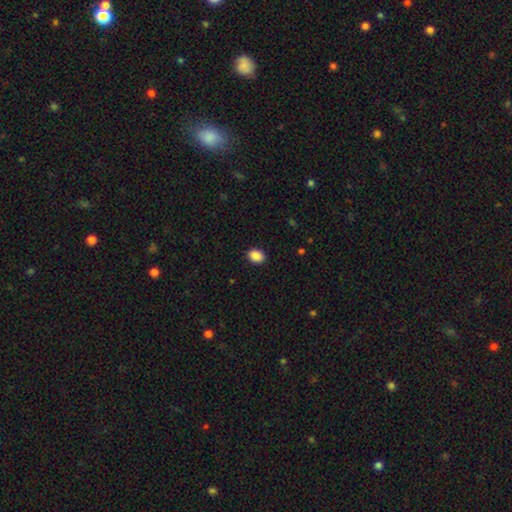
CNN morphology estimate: Smooth or featured? Predicted: smooth (p=0.89). How rounded? Predicted: in between (p=0.65). Merging? Predicted: none (p=0.90).